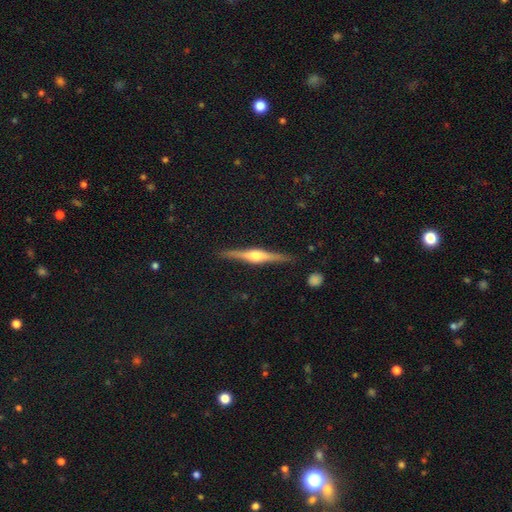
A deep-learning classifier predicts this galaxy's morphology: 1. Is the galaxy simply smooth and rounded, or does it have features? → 80% featured or disk, 15% smooth, 6% star or artifact.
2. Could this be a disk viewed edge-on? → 98% yes, 2% no.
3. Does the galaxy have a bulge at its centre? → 92% rounded, 6% boxy, 2% none.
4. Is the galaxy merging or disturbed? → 90% none, 8% minor disturbance, 2% major disturbance, 1% merger.